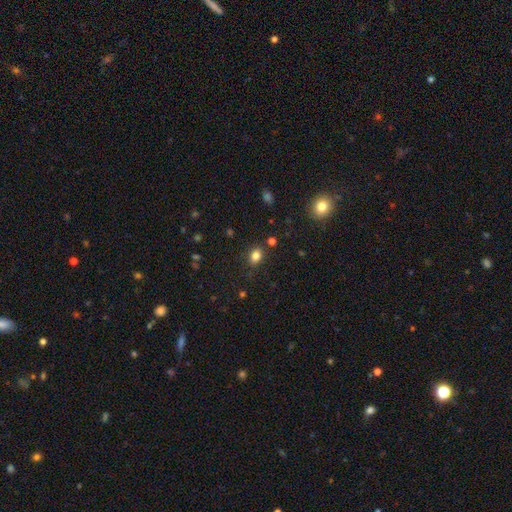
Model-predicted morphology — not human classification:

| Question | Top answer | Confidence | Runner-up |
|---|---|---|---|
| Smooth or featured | smooth | 82% | star or artifact (12%) |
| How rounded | in between | 66% | round (32%) |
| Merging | none | 83% | minor disturbance (12%) |